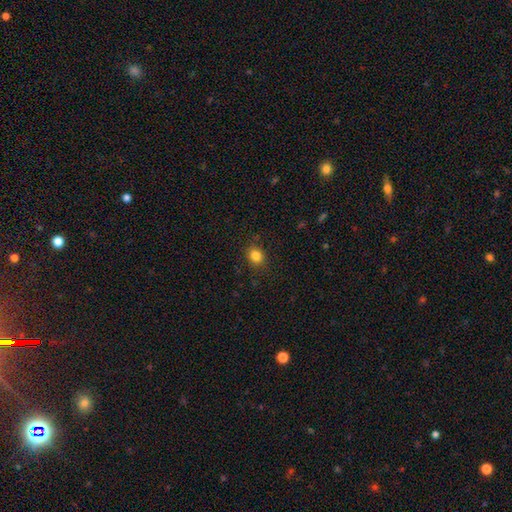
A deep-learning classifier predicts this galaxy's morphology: Overall: smooth (84%). How rounded: round (70%). Merging: none (86%).